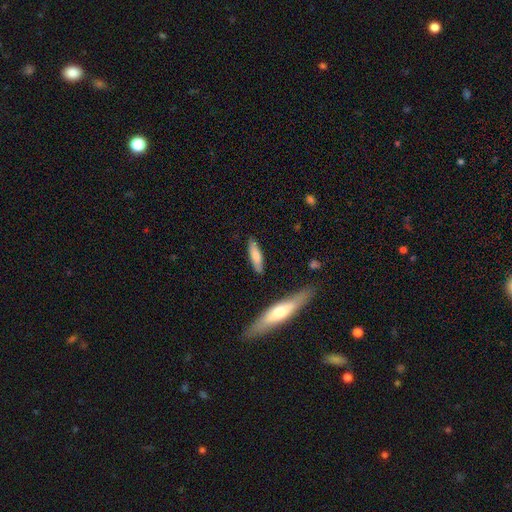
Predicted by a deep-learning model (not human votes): A smooth galaxy with no disk features (74%) that is cigar-shaped (73%). Merging: none (83%).